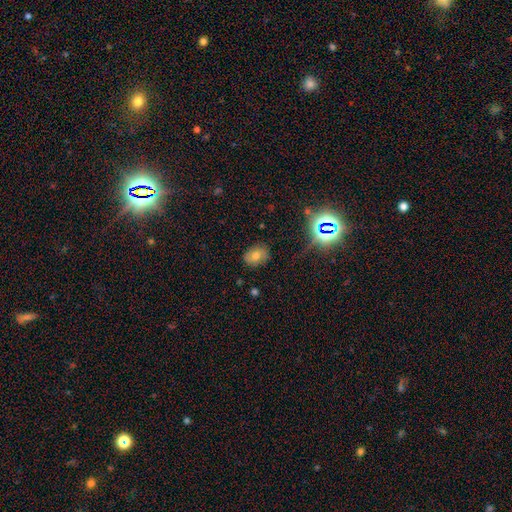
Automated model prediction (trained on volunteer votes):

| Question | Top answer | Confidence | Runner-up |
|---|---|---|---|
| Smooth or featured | smooth | 63% | featured or disk (21%) |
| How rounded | in between | 61% | round (38%) |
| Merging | none | 78% | minor disturbance (16%) |